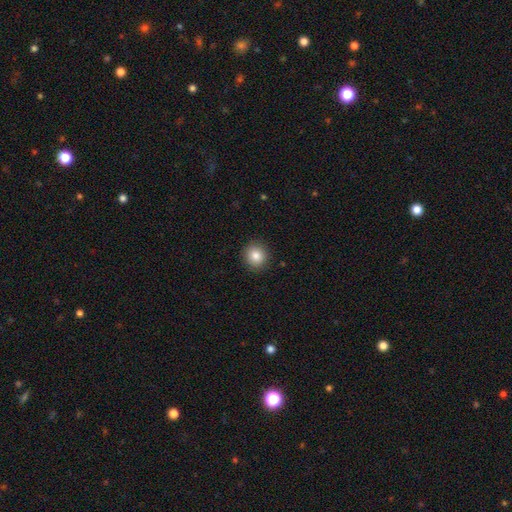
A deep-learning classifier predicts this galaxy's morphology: Smooth or featured? Predicted: smooth (p=0.84). How rounded? Predicted: round (p=0.89). Merging? Predicted: none (p=0.91).